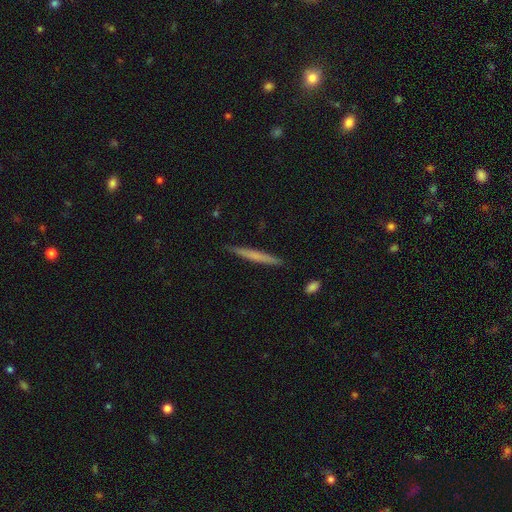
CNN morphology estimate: smooth 57%, featured or disk 37%, star or artifact 5%. Down the decision tree: how rounded — cigar-shaped (97%); merging — none (90%).